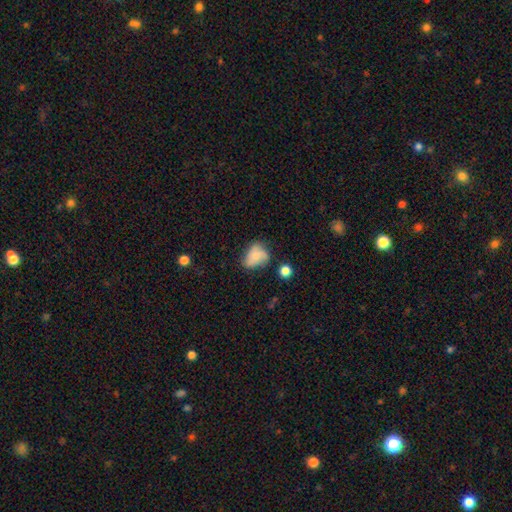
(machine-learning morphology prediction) Smooth or featured: smooth — 68% (featured or disk — 22%)
How rounded: in between — 73% (round — 25%)
Merging: none — 42% (minor disturbance — 33%)